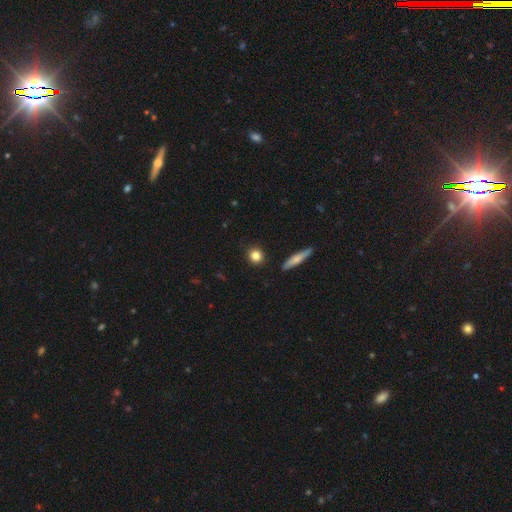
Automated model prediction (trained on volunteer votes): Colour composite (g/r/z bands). It shows a smooth galaxy with no disk features (82%) that is round (83%). Merging: none (90%).